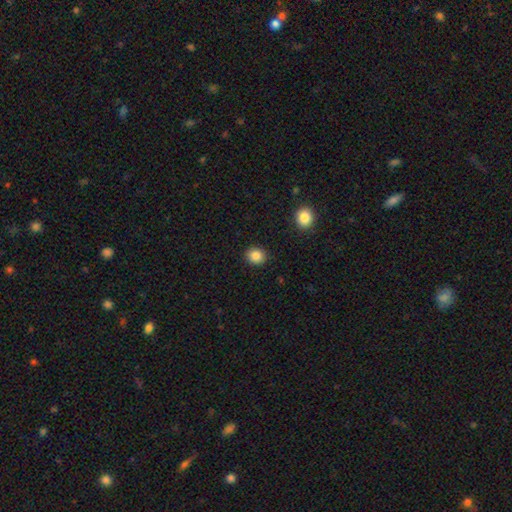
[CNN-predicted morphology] A smooth galaxy with no disk features (86%) that is round (76%).

Vote fractions:
- Smooth or featured? smooth: 86% / star or artifact: 10% / featured or disk: 4%
- How rounded? round: 76% / in between: 24% / cigar-shaped: 1%
- Merging? none: 90% / minor disturbance: 6% / major disturbance: 2% / merger: 1%